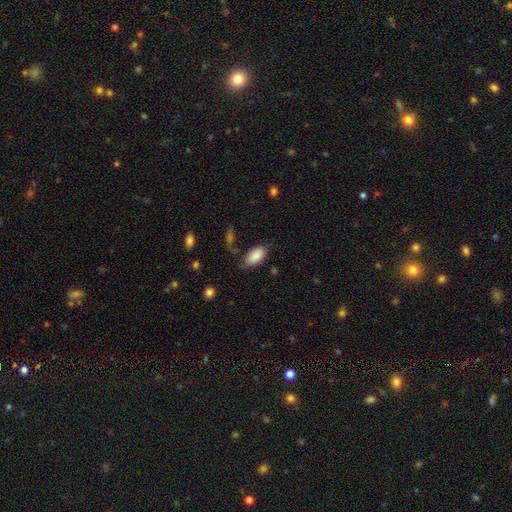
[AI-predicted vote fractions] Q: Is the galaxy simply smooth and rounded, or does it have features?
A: smooth — 86%.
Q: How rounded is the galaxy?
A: in between — 94%.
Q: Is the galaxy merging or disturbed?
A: none — 64%.